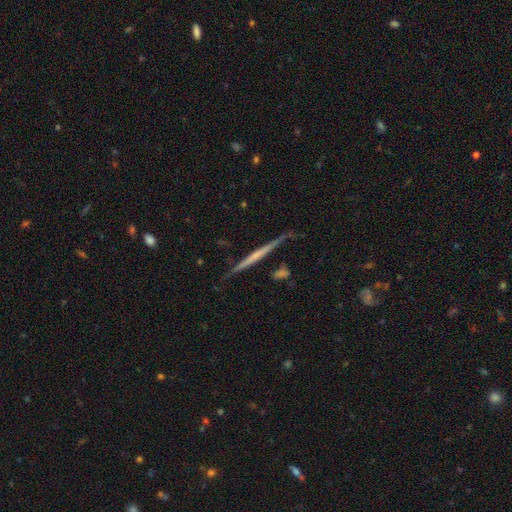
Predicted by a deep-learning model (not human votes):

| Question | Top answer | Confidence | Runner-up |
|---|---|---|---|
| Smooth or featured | featured or disk | 67% | smooth (28%) |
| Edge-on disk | yes | 97% | no (3%) |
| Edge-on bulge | none | 76% | rounded (16%) |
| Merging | none | 83% | minor disturbance (12%) |